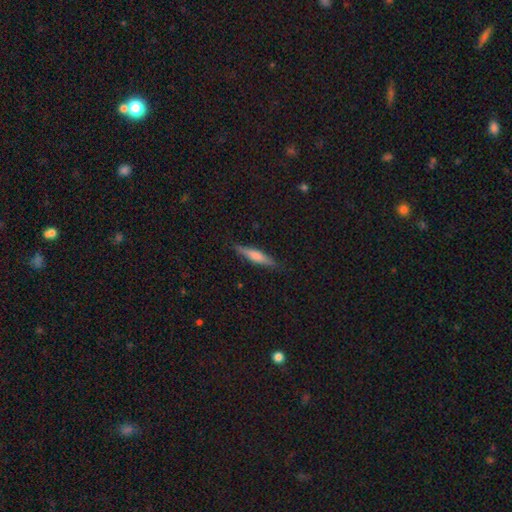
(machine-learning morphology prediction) smooth-or-featured: smooth: 52% | featured or disk: 41% | star or artifact: 7%
  how-rounded: cigar-shaped: 86% | in between: 12% | round: 2%
  merging: none: 88% | minor disturbance: 9% | major disturbance: 2% | merger: 1%